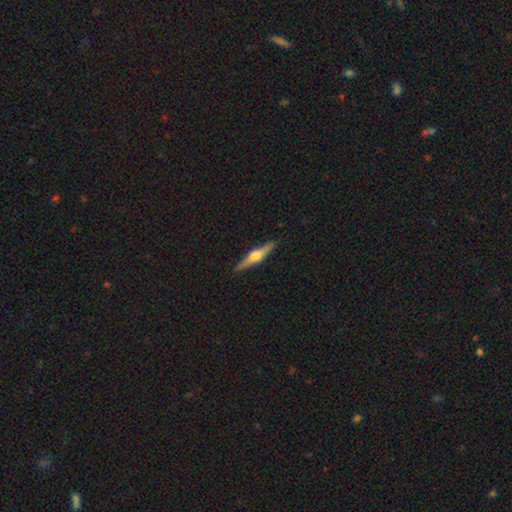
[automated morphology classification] A featured or disk galaxy (74%) viewed edge-on (98%) with a rounded central bulge (93%).

Vote fractions:
- Smooth or featured? featured or disk: 74% / smooth: 20% / star or artifact: 6%
- Edge-on disk? yes: 98% / no: 2%
- Edge-on bulge? rounded: 93% / boxy: 5% / none: 2%
- Merging? none: 91% / minor disturbance: 6% / major disturbance: 1% / merger: 1%